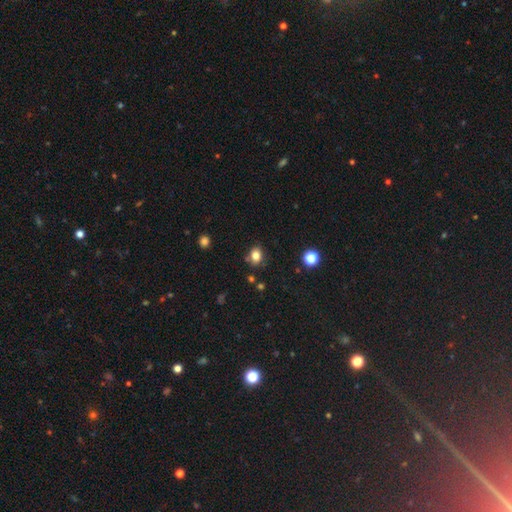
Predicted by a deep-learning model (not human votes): This is clearly a smooth galaxy (81%). How rounded: possibly in between (51%). Merging: likely none (76%).